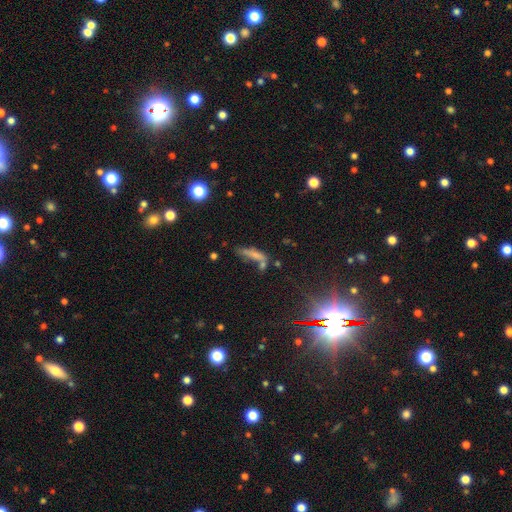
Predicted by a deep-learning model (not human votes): Smooth or featured? Predicted: smooth (p=0.60). How rounded? Predicted: cigar-shaped (p=0.66). Merging? Predicted: none (p=0.35).